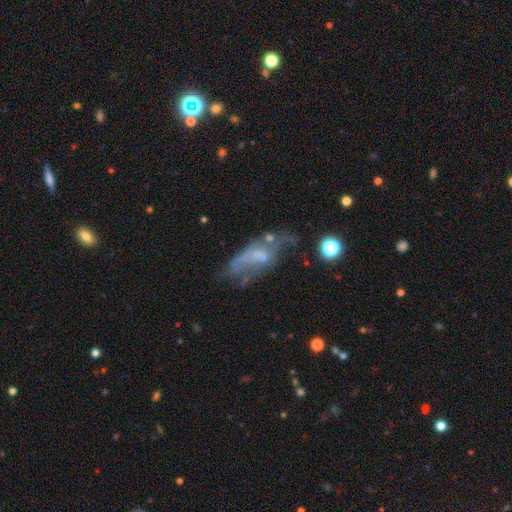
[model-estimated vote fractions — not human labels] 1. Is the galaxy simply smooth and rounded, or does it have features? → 57% featured or disk, 29% smooth, 15% star or artifact.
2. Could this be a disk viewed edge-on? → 85% no, 15% yes.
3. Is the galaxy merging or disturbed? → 35% none, 33% major disturbance, 22% minor disturbance, 9% merger.